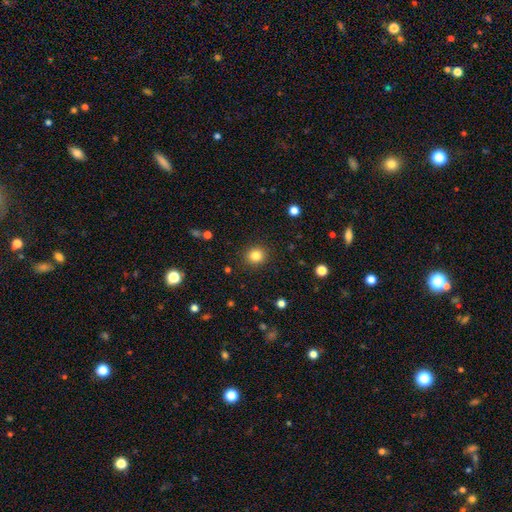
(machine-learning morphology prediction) This appears to be a smooth galaxy with no disk features (82%) that is round (88%). Merging: none (91%).